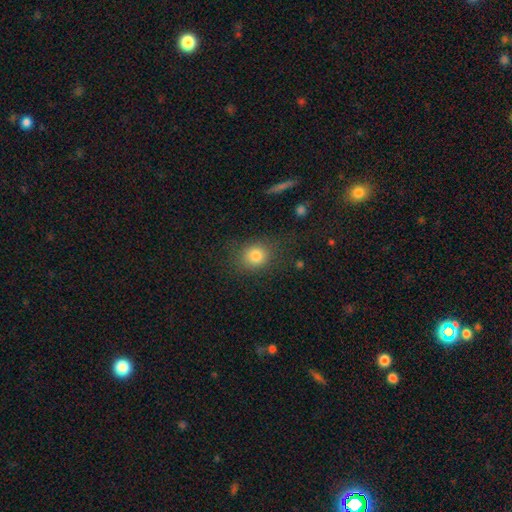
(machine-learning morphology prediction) smooth_or_featured: smooth (p=0.81) [alt: star or artifact p=0.11]
how_rounded: round (p=0.72) [alt: in between p=0.27]
merging: none (p=0.78) [alt: minor disturbance p=0.13]